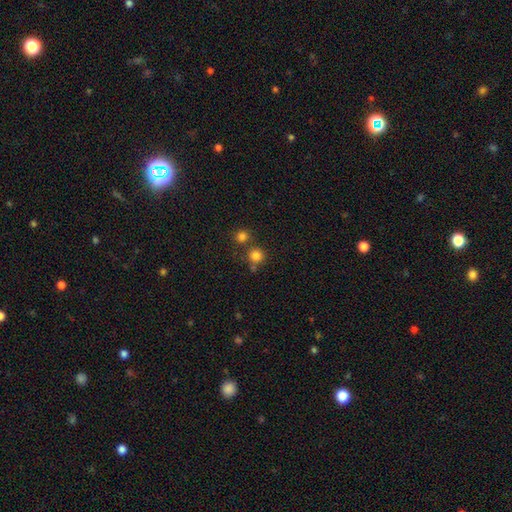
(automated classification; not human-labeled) smooth-or-featured: smooth: 79% | star or artifact: 15% | featured or disk: 6%
  how-rounded: round: 92% | in between: 7% | cigar-shaped: 1%
  merging: none: 68% | merger: 21% | minor disturbance: 7% | major disturbance: 3%